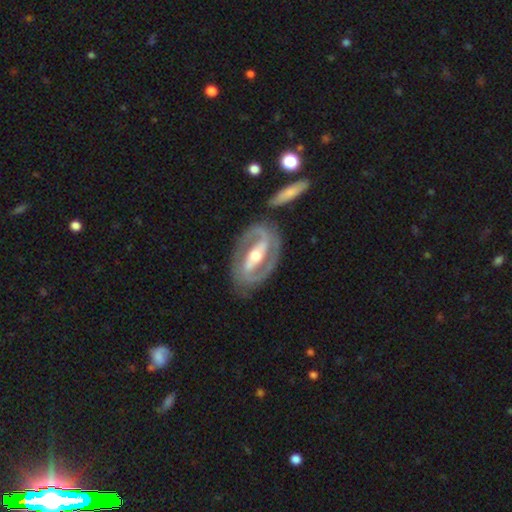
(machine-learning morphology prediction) smooth-or-featured: featured or disk: 87% | smooth: 8% | star or artifact: 5%
  disk-edge-on: no: 94% | yes: 6%
    bar: strong: 64% | weak: 24% | no: 12%
    has-spiral-arms: yes: 89% | no: 11%
      spiral-winding: tight: 47% | medium: 41% | loose: 12%
      spiral-arm-count: 2: 86% | can't tell: 7% | 1: 3% | 3: 2% | 4: 1% | more than 4: 1%
    bulge-size: moderate: 64% | small: 30% | large: 4% | none: 1% | dominant: 1%
  merging: none: 78% | minor disturbance: 13% | major disturbance: 5% | merger: 4%